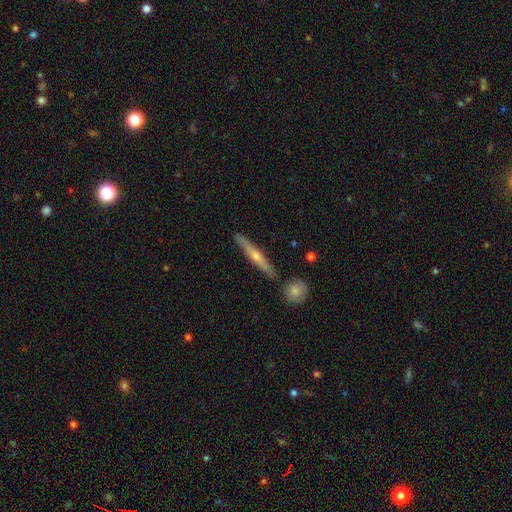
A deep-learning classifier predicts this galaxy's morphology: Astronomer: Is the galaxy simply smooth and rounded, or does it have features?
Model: featured or disk — 69%.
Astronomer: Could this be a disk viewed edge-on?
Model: yes — 96%.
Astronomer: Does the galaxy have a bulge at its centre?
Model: rounded — 84%.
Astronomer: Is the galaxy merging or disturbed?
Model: none — 84%.